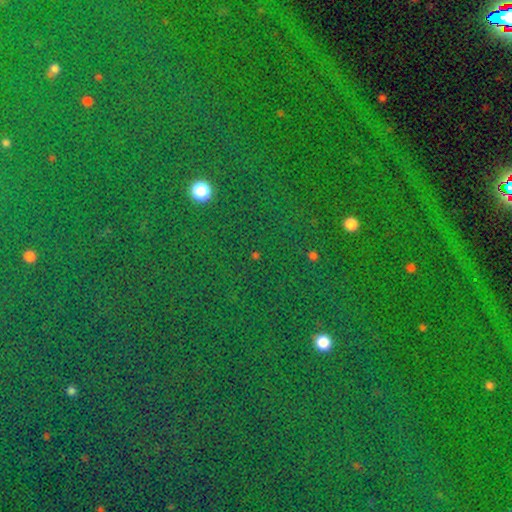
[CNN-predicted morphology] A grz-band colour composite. It shows a star or artifact, not a galaxy (80%).